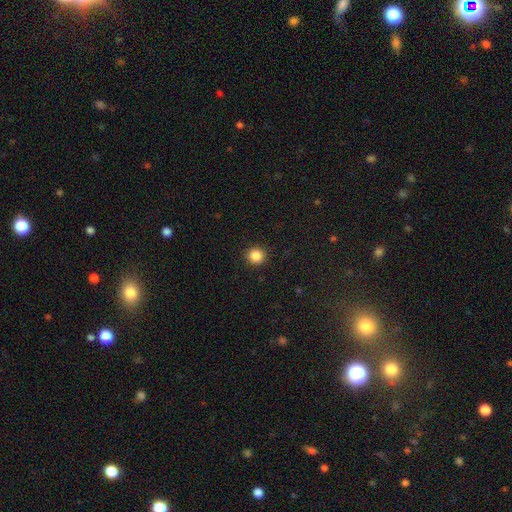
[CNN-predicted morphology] smooth 87%, star or artifact 10%, featured or disk 3%. Down the decision tree: how rounded — round (94%); merging — none (92%).